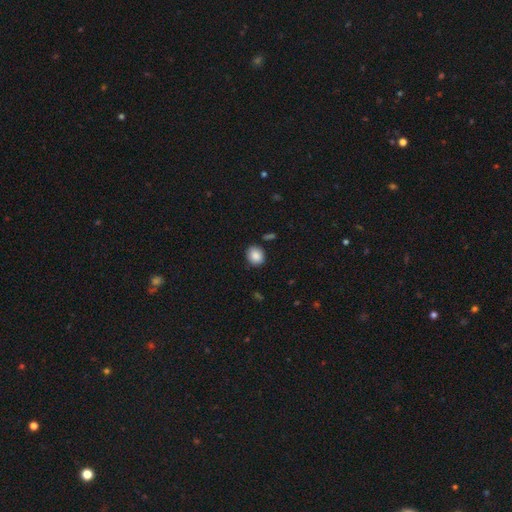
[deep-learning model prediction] Overall: smooth (87%). How rounded: round (65%; in between 34%). Merging: none (84%).